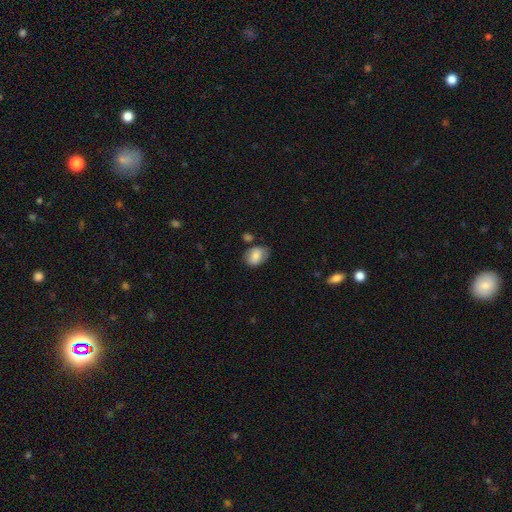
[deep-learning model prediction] The model was most divided on "merging": none: 64%, minor disturbance: 23%, merger: 7%, major disturbance: 6%. More confident: smooth or featured — smooth (78%); how rounded — in between (78%).